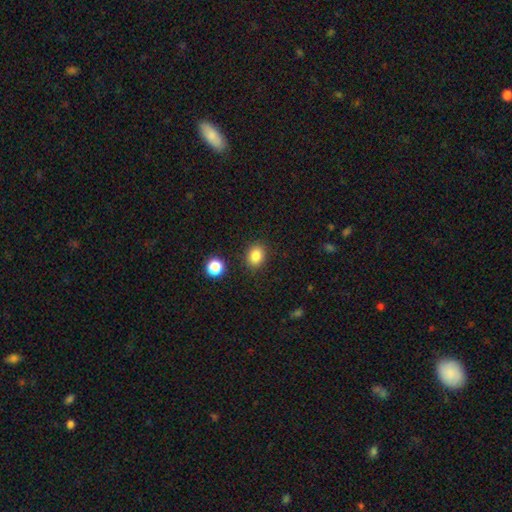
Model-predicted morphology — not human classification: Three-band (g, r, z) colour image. It shows a smooth galaxy with no disk features (84%) that is round (53%). Merging: none (87%).